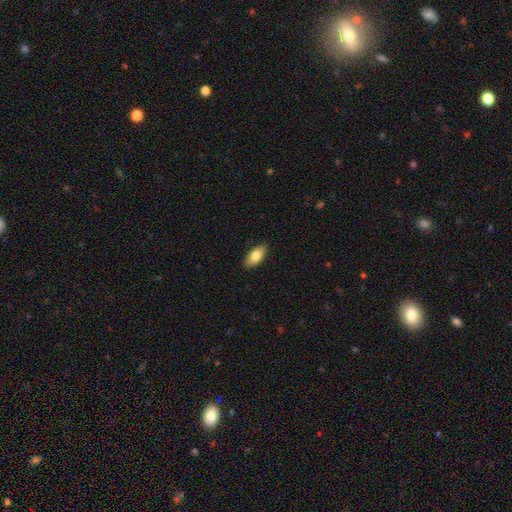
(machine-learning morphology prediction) A smooth galaxy with no disk features (82%) that is in between round and cigar-shaped (89%). Merging: none (87%).